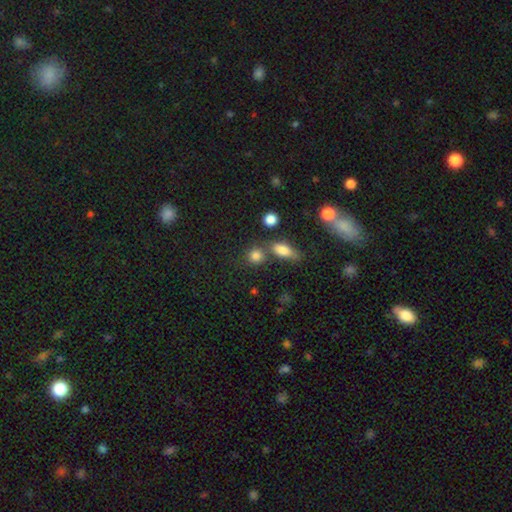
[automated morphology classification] smooth_or_featured: smooth (p=0.81) [alt: star or artifact p=0.12]
how_rounded: round (p=0.81) [alt: in between p=0.17]
merging: none (p=0.64) [alt: merger p=0.22]